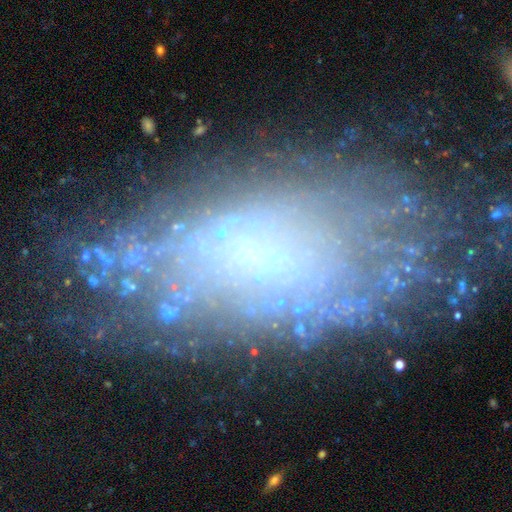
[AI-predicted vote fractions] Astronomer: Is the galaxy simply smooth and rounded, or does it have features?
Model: featured or disk — 58%.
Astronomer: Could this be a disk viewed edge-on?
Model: no — 87%.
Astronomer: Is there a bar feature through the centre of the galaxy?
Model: no — 70%.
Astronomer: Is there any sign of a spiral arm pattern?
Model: no — 59% (runner-up: yes, 41%).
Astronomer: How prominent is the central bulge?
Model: small — 51% (runner-up: none, 31%).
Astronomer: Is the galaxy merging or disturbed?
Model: none — 65%.